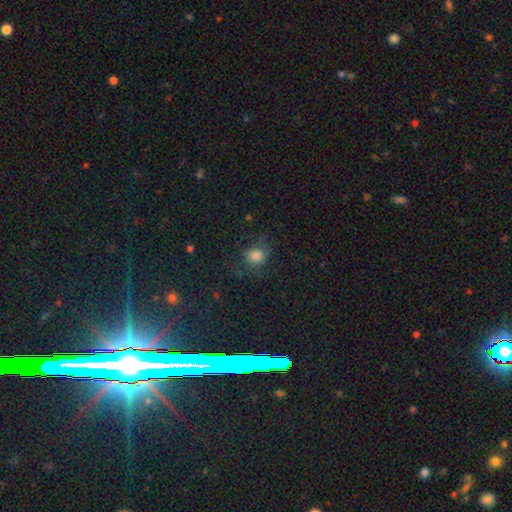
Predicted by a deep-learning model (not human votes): A smooth galaxy with no disk features (72%) that is round (76%).

Vote fractions:
- Smooth or featured? smooth: 72% / star or artifact: 17% / featured or disk: 12%
- How rounded? round: 76% / in between: 23% / cigar-shaped: 1%
- Merging? none: 64% / minor disturbance: 20% / major disturbance: 14% / merger: 2%